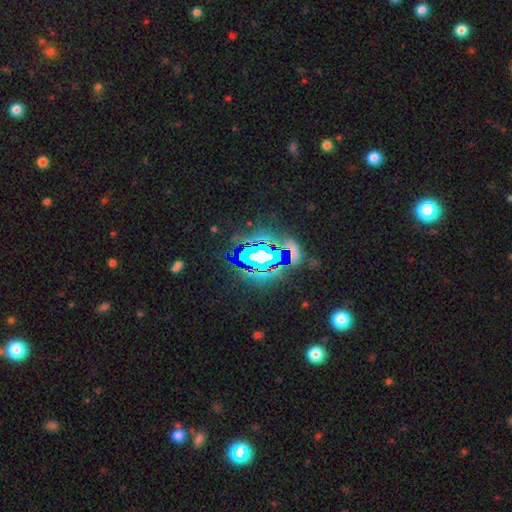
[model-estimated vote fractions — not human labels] star or artifact 69%, featured or disk 18%, smooth 13%.